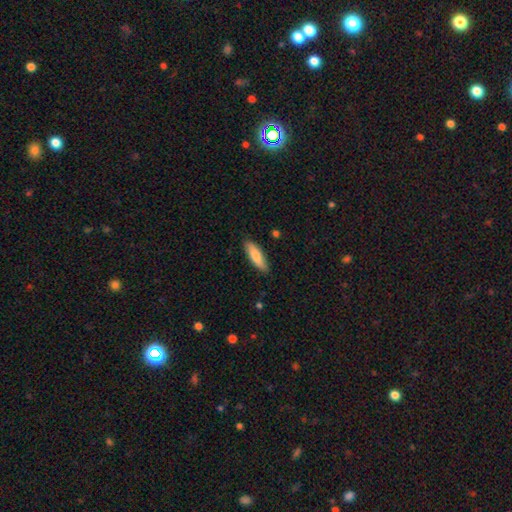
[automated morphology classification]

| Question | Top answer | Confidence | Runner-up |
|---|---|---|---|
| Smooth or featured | smooth | 79% | featured or disk (15%) |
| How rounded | cigar-shaped | 58% | in between (40%) |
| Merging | none | 85% | minor disturbance (12%) |